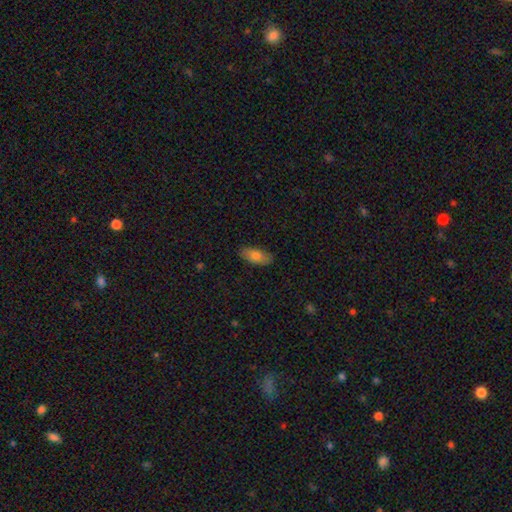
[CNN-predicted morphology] Smooth or featured? smooth (76%)
How rounded? in between (88%)
Merging? none (85%)